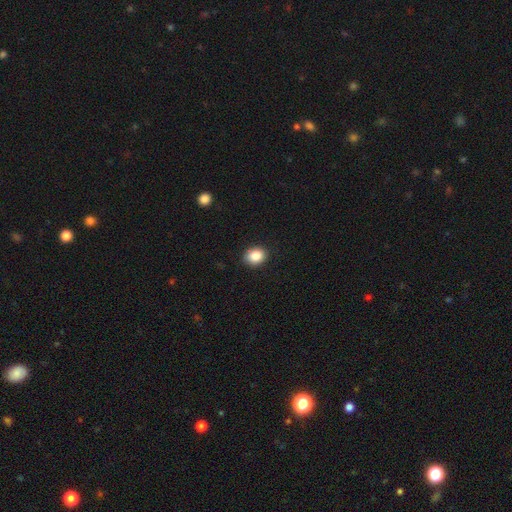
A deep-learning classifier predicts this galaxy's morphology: smooth 86%, star or artifact 9%, featured or disk 5%. Down the decision tree: how rounded — round (54%); merging — none (87%).